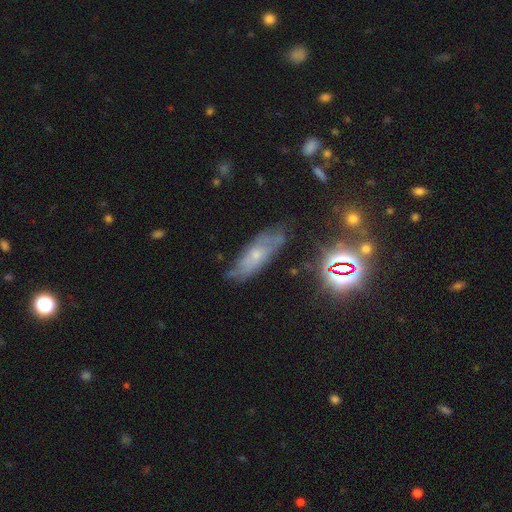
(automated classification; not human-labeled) The model was most divided on "smooth or featured": featured or disk: 50%, smooth: 34%, star or artifact: 16%. More confident: edge-on disk — no (76%); merging — none (57%).